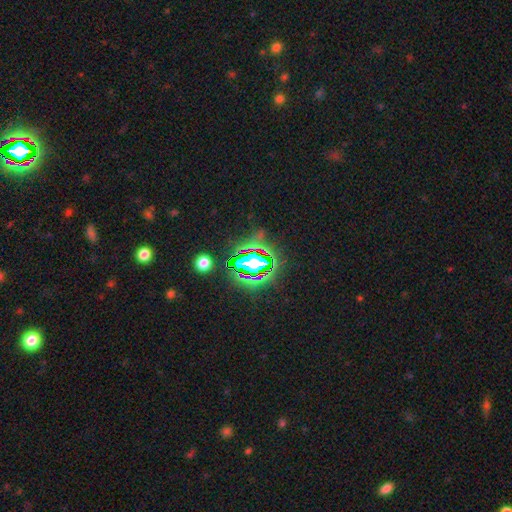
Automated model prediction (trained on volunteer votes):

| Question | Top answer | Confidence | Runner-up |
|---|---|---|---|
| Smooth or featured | star or artifact | 80% | smooth (12%) |